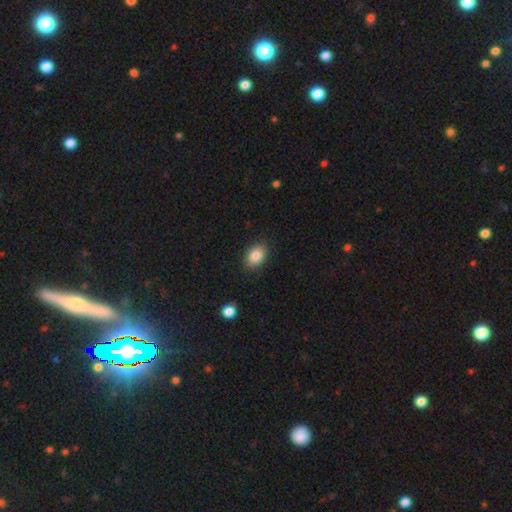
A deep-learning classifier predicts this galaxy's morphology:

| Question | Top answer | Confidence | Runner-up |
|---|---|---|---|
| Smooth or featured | smooth | 85% | star or artifact (8%) |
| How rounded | in between | 77% | round (22%) |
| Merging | none | 87% | minor disturbance (9%) |